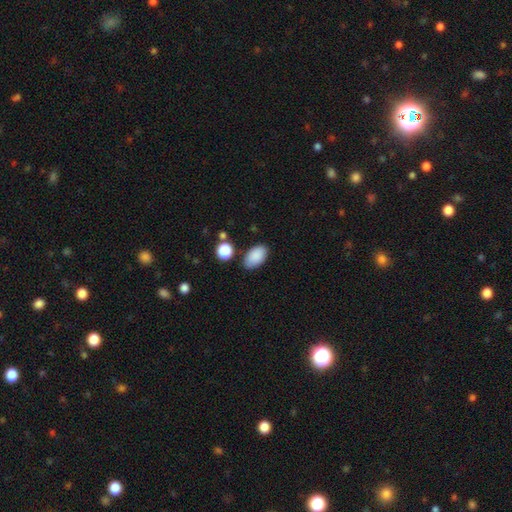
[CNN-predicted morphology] This is clearly a smooth galaxy (88%). How rounded: clearly in between (93%). Merging: likely none (80%).